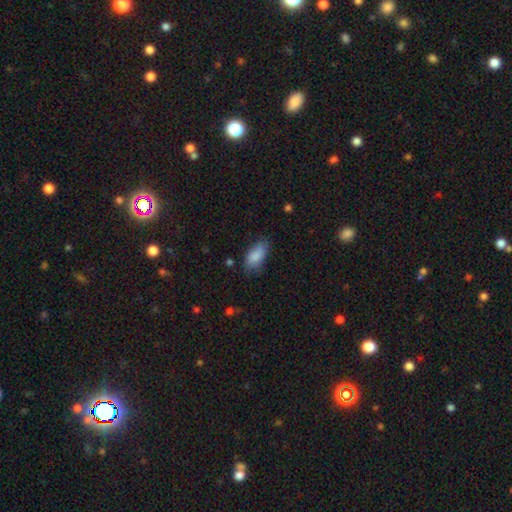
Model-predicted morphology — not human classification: Overall: smooth (87%). How rounded: in between (91%). Merging: none (68%).